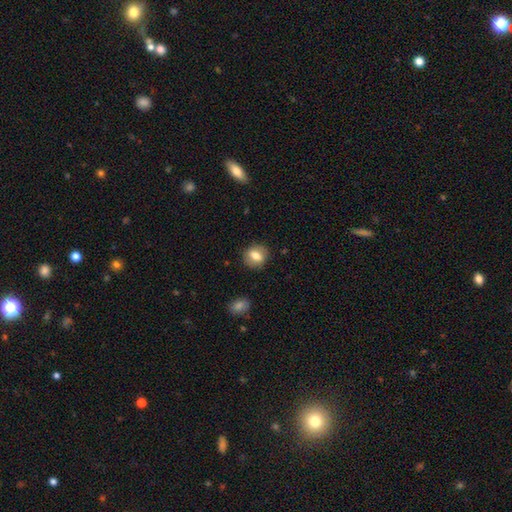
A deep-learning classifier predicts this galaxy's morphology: Smooth or featured? Predicted: smooth (p=0.74). How rounded? Predicted: round (p=0.68). Merging? Predicted: none (p=0.84).